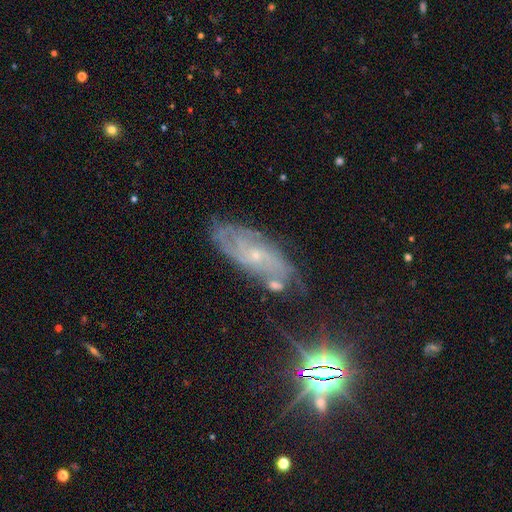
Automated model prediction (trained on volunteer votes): smooth_or_featured: featured or disk (p=0.72) [alt: star or artifact p=0.16]
disk_edge_on: no (p=0.88) [alt: yes p=0.12]
bar: no (p=0.68) [alt: weak p=0.26]
has_spiral_arms: yes (p=0.91) [alt: no p=0.09]
spiral_winding: tight (p=0.56) [alt: medium p=0.33]
spiral_arm_count: can't tell (p=0.47) [alt: 2 p=0.21]
bulge_size: small (p=0.80) [alt: moderate p=0.15]
merging: none (p=0.72) [alt: minor disturbance p=0.19]